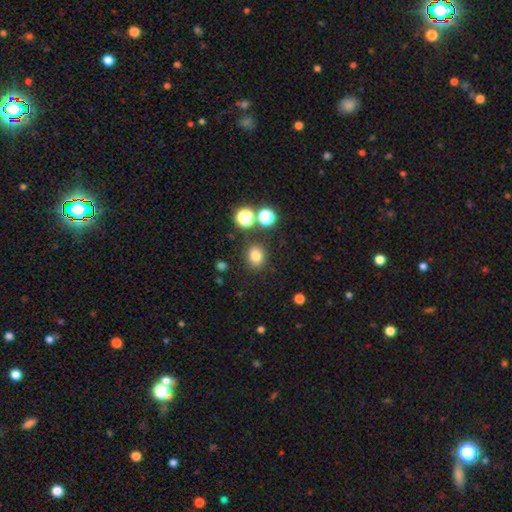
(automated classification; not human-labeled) The model was most divided on "how rounded": round: 68%, in between: 31%, cigar-shaped: 1%. More confident: merging — none (84%); smooth or featured — smooth (78%).